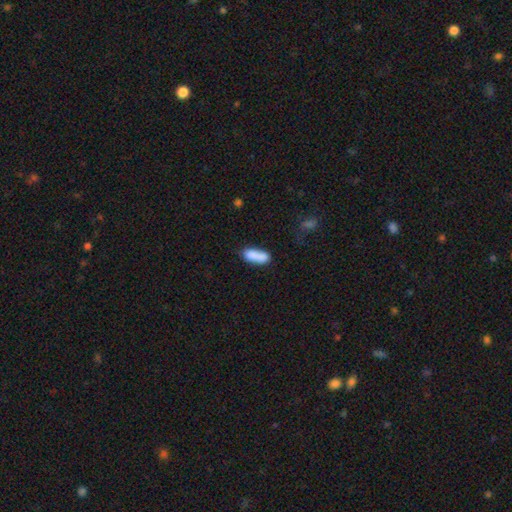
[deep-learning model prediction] Overall: smooth (83%). How rounded: in between (68%; cigar-shaped 30%). Merging: none (57%; minor disturbance 22%).